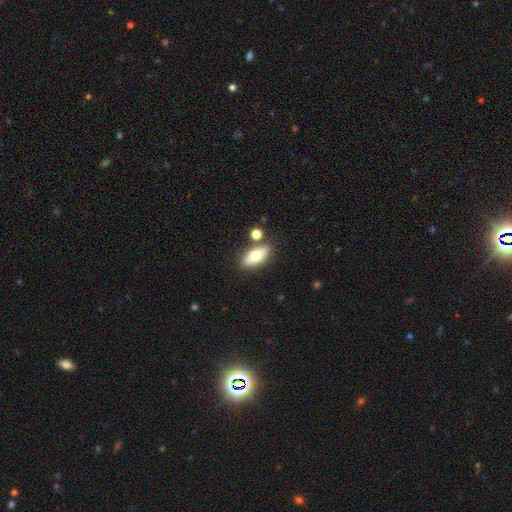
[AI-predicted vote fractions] This is likely a smooth galaxy (68%). How rounded: likely in between (67%). Merging: likely none (78%).